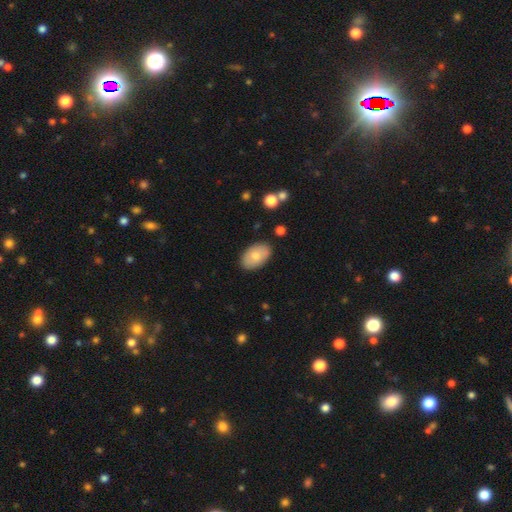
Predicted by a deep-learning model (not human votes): smooth-or-featured: smooth: 74% | featured or disk: 20% | star or artifact: 6%
  how-rounded: in between: 92% | round: 7% | cigar-shaped: 1%
  merging: none: 85% | minor disturbance: 11% | major disturbance: 2% | merger: 2%